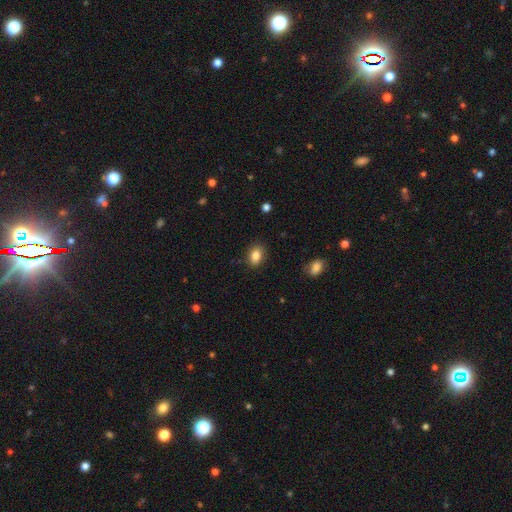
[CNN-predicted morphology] Smooth or featured?
  - smooth: 85% *
  - star or artifact: 9%
  - featured or disk: 6%
How rounded?
  - in between: 78% *
  - round: 21%
  - cigar-shaped: 1%
Merging?
  - none: 86% *
  - minor disturbance: 10%
  - major disturbance: 3%
  - merger: 1%